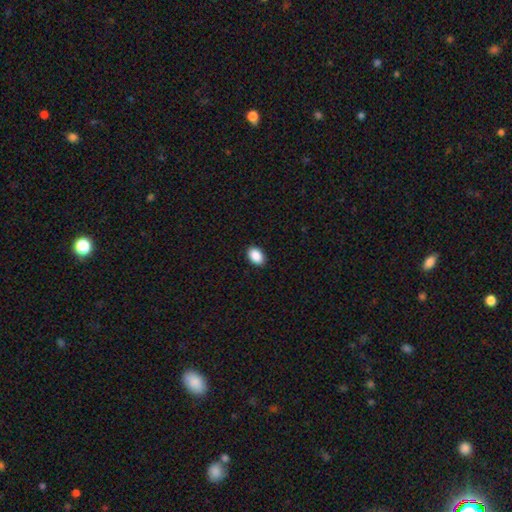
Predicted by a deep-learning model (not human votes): A smooth galaxy with no disk features (90%) that is in between round and cigar-shaped (88%).

Vote fractions:
- Smooth or featured? smooth: 90% / star or artifact: 7% / featured or disk: 3%
- How rounded? in between: 88% / round: 11% / cigar-shaped: 1%
- Merging? none: 90% / minor disturbance: 7% / major disturbance: 2% / merger: 1%